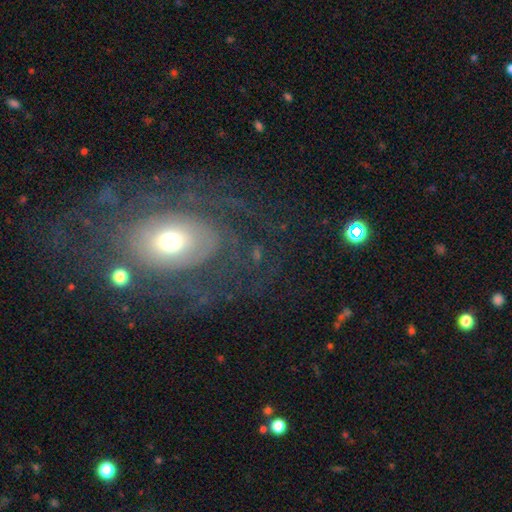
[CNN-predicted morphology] A featured or disk galaxy (71%) with no bar (81%), spiral arms (68%) and a moderate central bulge (59%). Merging: none (69%).